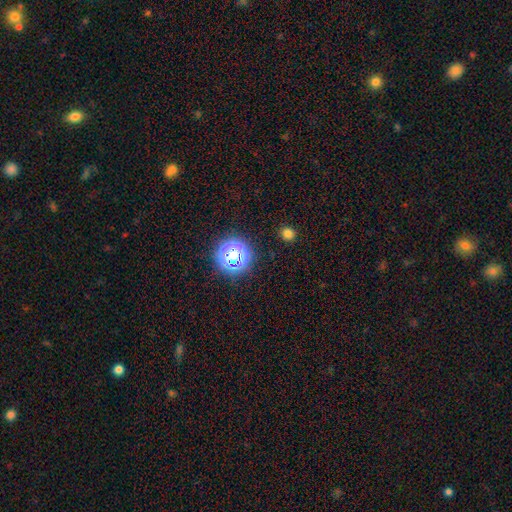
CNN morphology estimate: smooth_or_featured: star or artifact (p=0.63) [alt: smooth p=0.31]